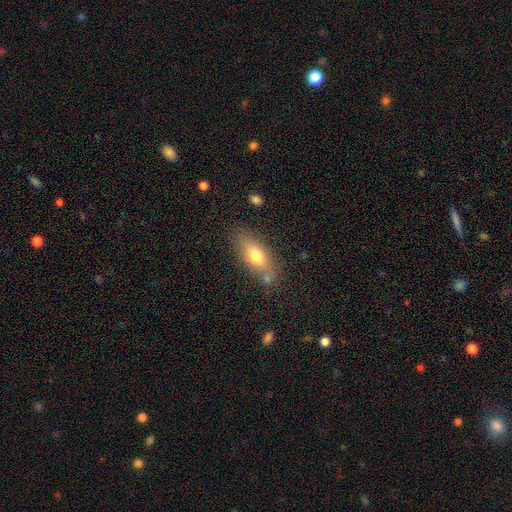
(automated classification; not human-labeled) smooth 70%, featured or disk 22%, star or artifact 7%. Down the decision tree: how rounded — in between (73%); merging — none (72%).